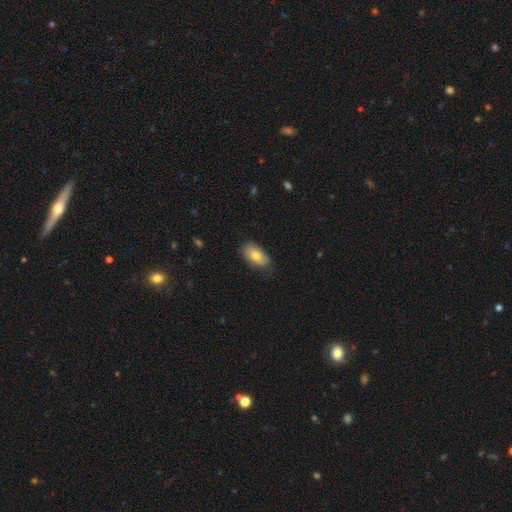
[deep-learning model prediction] Smooth or featured?
  - smooth: 76% *
  - featured or disk: 18%
  - star or artifact: 7%
How rounded?
  - in between: 93% *
  - round: 5%
  - cigar-shaped: 3%
Merging?
  - none: 78% *
  - minor disturbance: 18%
  - major disturbance: 3%
  - merger: 1%